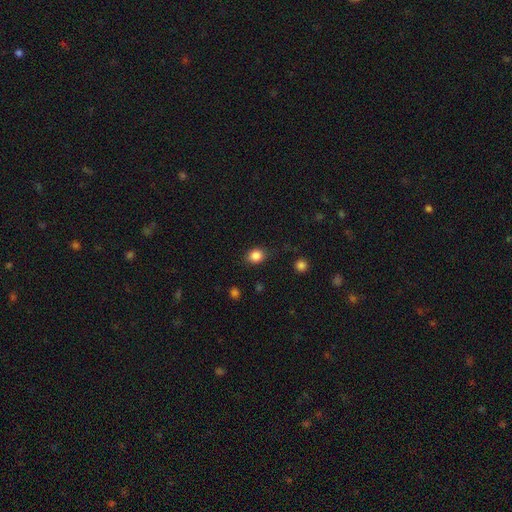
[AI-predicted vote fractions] Q: Smooth or featured?
A: smooth (85%); runner-up: star or artifact (10%)
Q: How rounded?
A: round (58%); runner-up: in between (41%)
Q: Merging?
A: none (82%); runner-up: minor disturbance (13%)